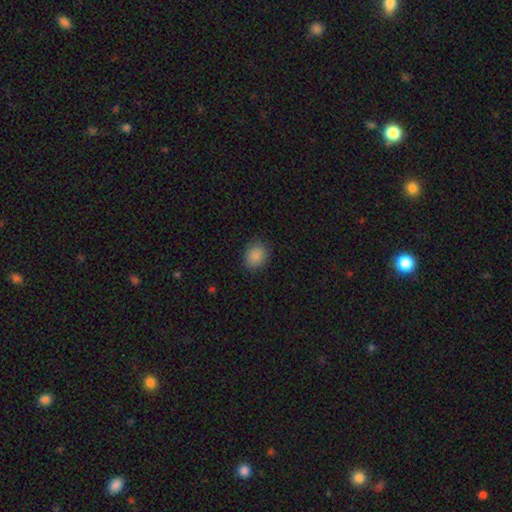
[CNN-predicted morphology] smooth 88%, star or artifact 9%, featured or disk 3%. Down the decision tree: how rounded — round (55%); merging — none (85%).